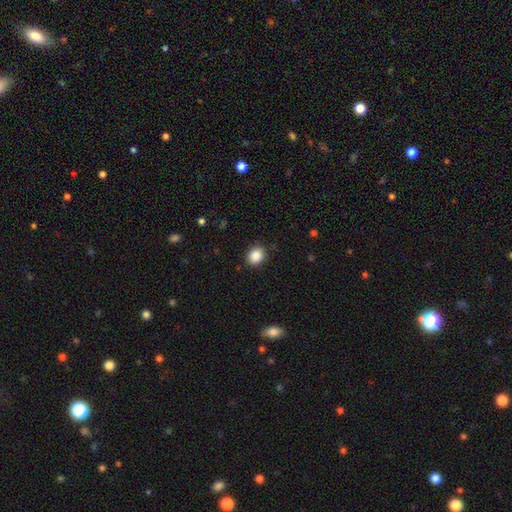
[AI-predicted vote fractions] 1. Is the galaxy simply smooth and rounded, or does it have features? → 88% smooth, 9% star or artifact, 3% featured or disk.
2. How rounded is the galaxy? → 61% round, 38% in between, 1% cigar-shaped.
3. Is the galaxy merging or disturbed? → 89% none, 8% minor disturbance, 2% major disturbance, 1% merger.